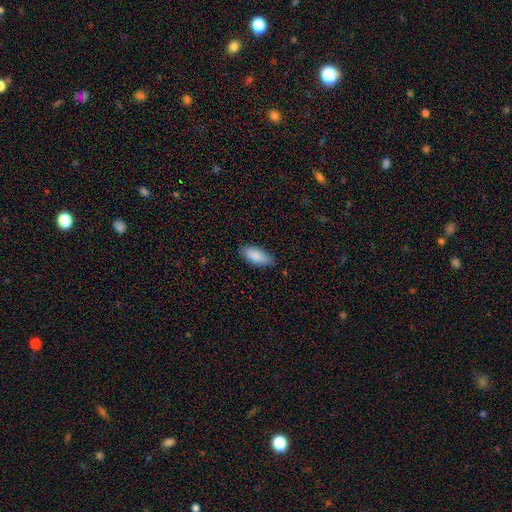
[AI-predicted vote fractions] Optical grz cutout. It shows a smooth galaxy with no disk features (88%) that is in between round and cigar-shaped (84%). Merging: none (82%).